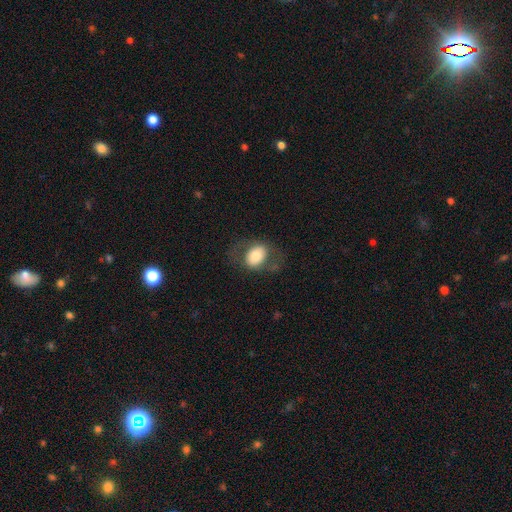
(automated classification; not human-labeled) A smooth galaxy with no disk features (65%) that is in between round and cigar-shaped (65%). Merging: none (66%).